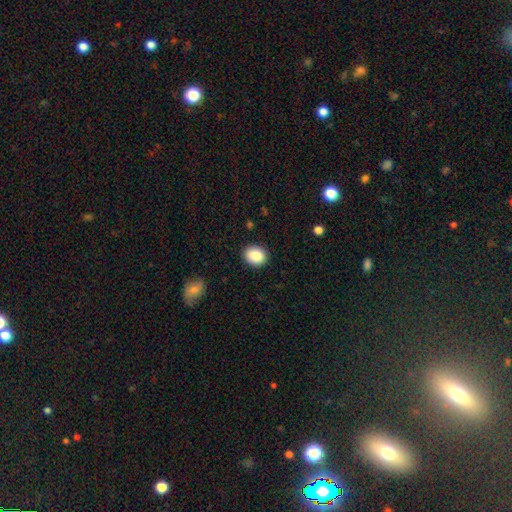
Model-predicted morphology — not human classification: Q: Smooth or featured?
A: smooth (87%); runner-up: star or artifact (8%)
Q: How rounded?
A: round (63%); runner-up: in between (36%)
Q: Merging?
A: none (90%); runner-up: minor disturbance (7%)